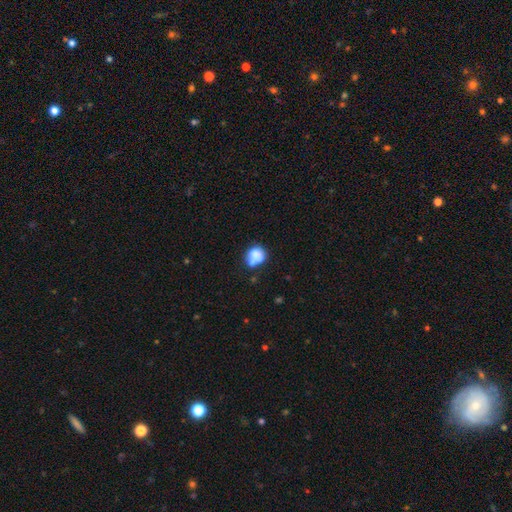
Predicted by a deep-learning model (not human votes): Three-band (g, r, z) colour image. It shows a smooth galaxy with no disk features (72%) that is round (65%). Merging: none (36%).